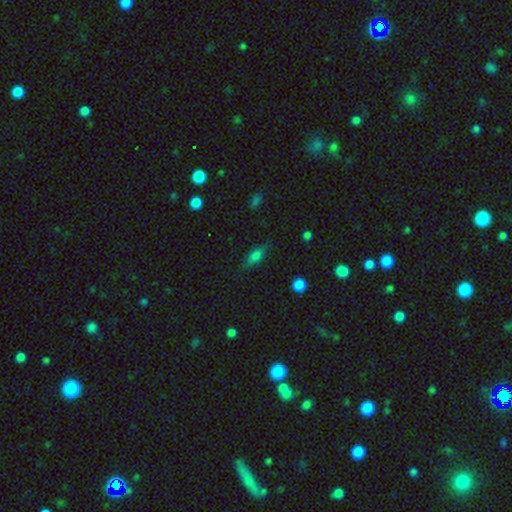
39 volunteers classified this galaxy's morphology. Volunteers were most divided on "how rounded": in between: 67%, cigar-shaped: 30%, round: 3%. More confident: merging — none (89%); smooth or featured — smooth (77%).